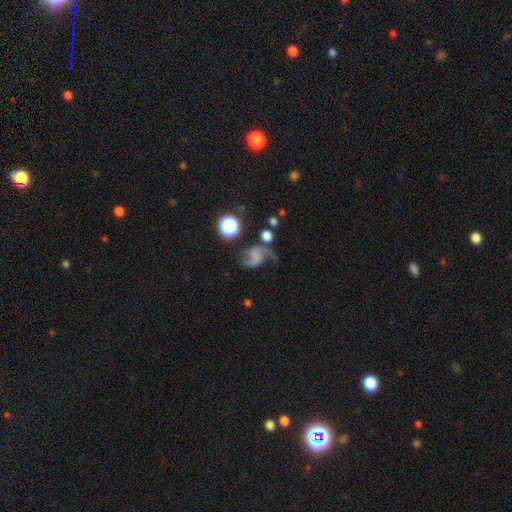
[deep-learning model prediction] Overall: featured or disk (64%). Edge-on disk: no (98%). Bar: no (56%; weak 32%). Spiral arms: yes (91%). Spiral arm count: 2 (85%). Spiral winding: loose (66%; medium 28%). Bulge size: none (67%). Merging: none (47%; minor disturbance 22%).